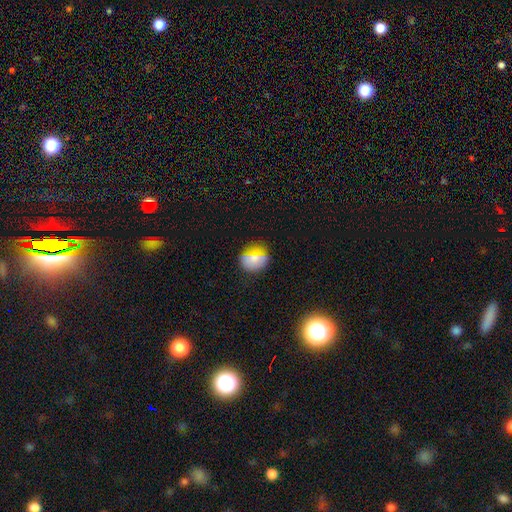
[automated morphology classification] Smooth or featured: smooth — 74% (star or artifact — 17%)
How rounded: round — 77% (in between — 21%)
Merging: none — 84% (minor disturbance — 11%)